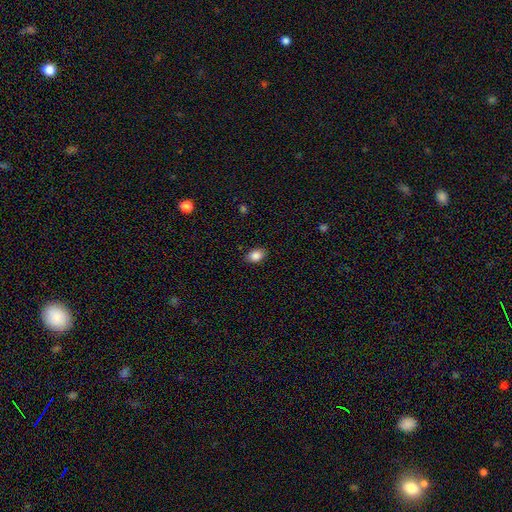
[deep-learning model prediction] Morphology: type=smooth (87%); roundness=in between (82%); merging=none (86%).